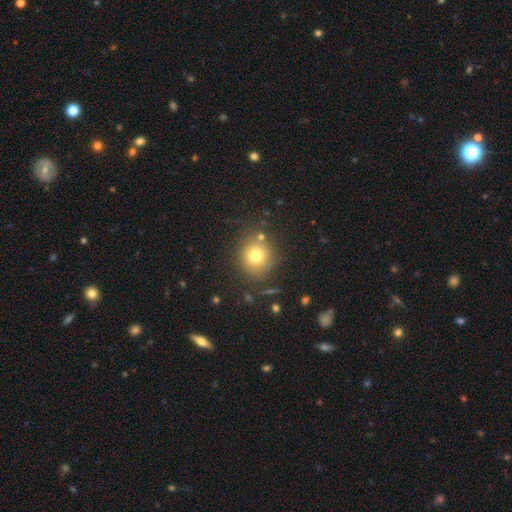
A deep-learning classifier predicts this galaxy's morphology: This is likely a smooth galaxy (75%). How rounded: clearly round (88%). Merging: clearly none (81%).